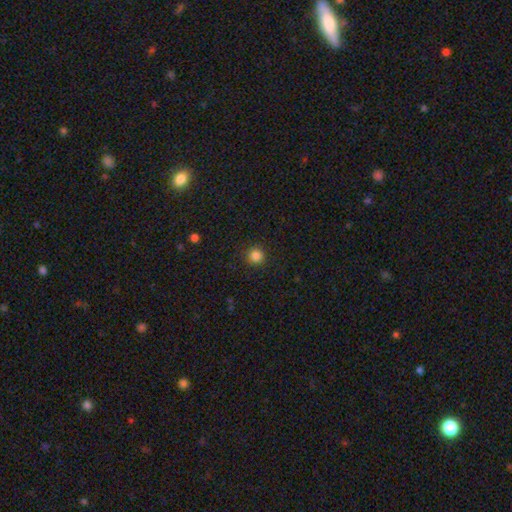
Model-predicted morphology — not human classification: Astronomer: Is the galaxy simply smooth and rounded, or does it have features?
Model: smooth — 84%.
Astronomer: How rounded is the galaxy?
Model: round — 94%.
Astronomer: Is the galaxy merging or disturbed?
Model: none — 91%.